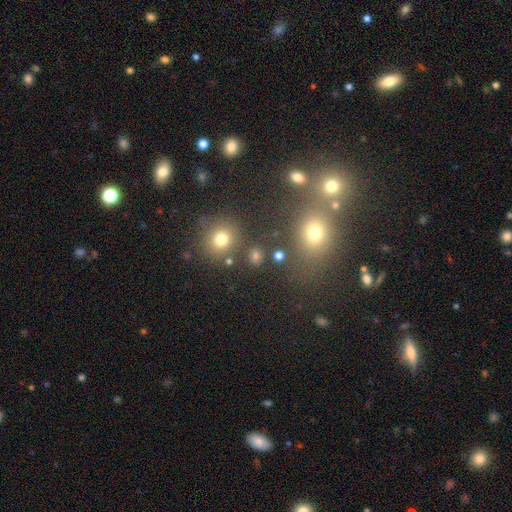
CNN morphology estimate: This is likely a smooth galaxy (65%). How rounded: likely round (76%). Merging: likely none (78%).